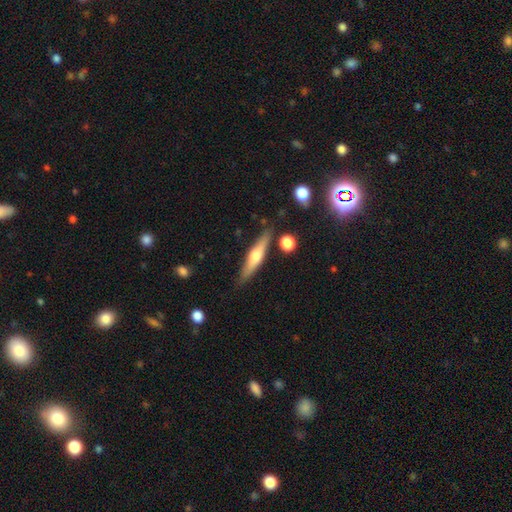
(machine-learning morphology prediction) featured or disk 56%, smooth 38%, star or artifact 6%. Down the decision tree: edge-on disk — yes (95%); edge-on bulge — rounded (90%); merging — none (83%).